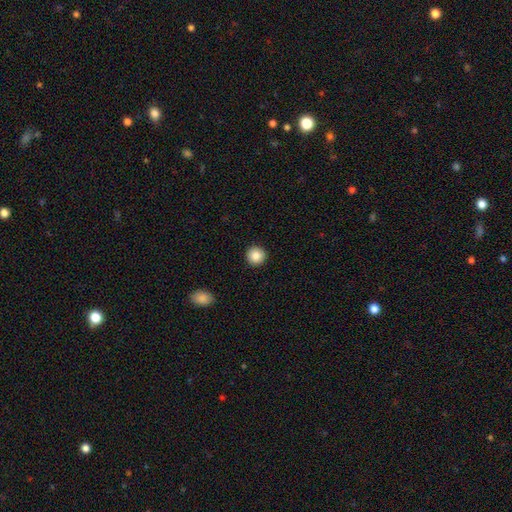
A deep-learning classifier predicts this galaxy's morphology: type=smooth (86%); roundness=round (95%); merging=none (93%).